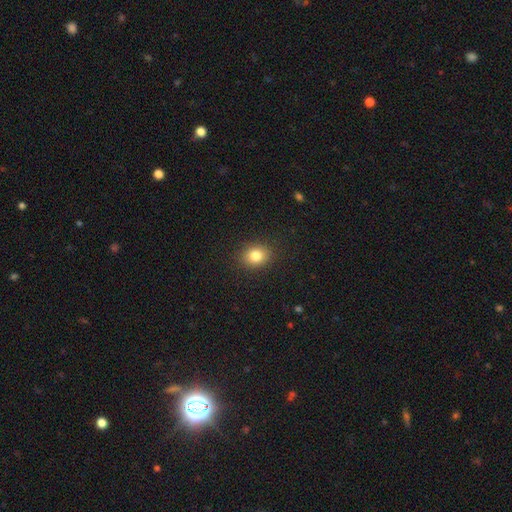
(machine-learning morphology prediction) This is clearly a smooth galaxy (83%). How rounded: possibly round (54%). Merging: clearly none (89%).